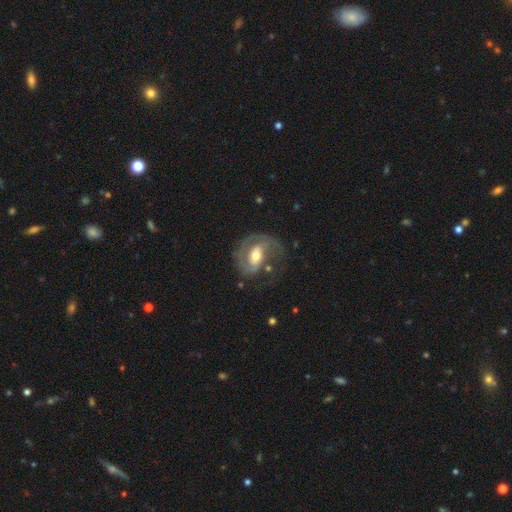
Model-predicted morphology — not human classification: Overall: featured or disk (80%). Edge-on disk: no (97%). Bar: weak (42%; no 38%). Spiral arms: yes (87%). Spiral arm count: 2 (52%; 1 31%). Spiral winding: medium (43%; tight 37%). Bulge size: moderate (69%). Merging: none (44%; major disturbance 32%).